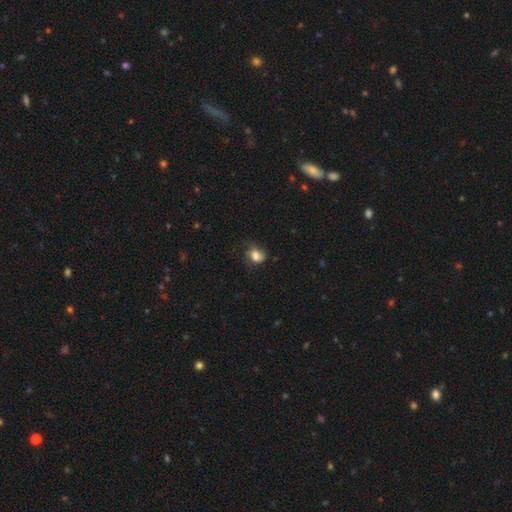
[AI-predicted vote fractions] Morphology: type=smooth (76%); roundness=in between (53%); merging=none (50%).